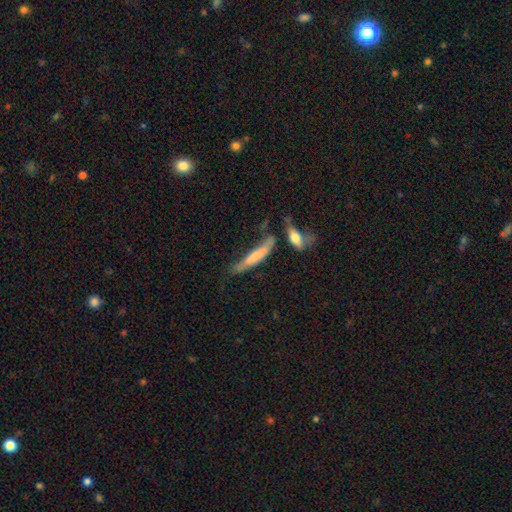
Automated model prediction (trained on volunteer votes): Morphology: type=smooth (60%); roundness=cigar-shaped (86%); merging=none (34%).